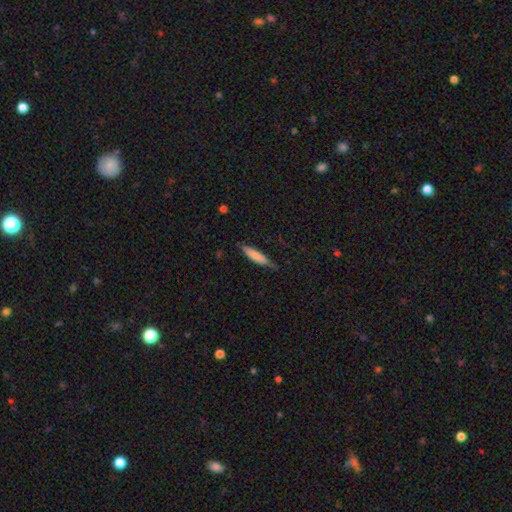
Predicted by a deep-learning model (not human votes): Morphology: type=smooth (78%); roundness=cigar-shaped (81%); merging=none (70%).